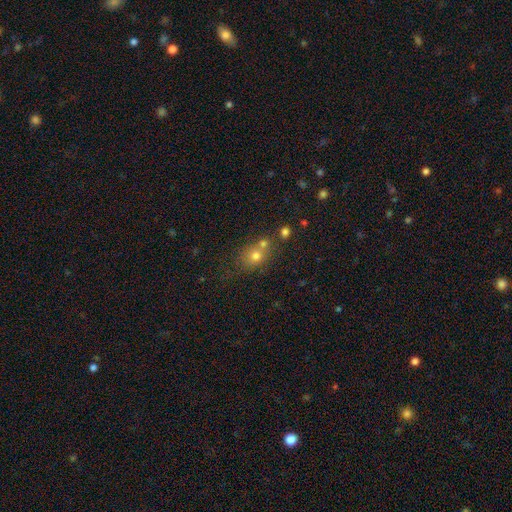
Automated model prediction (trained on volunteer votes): smooth 70%, star or artifact 17%, featured or disk 14%. Down the decision tree: how rounded — round (68%); merging — none (47%).